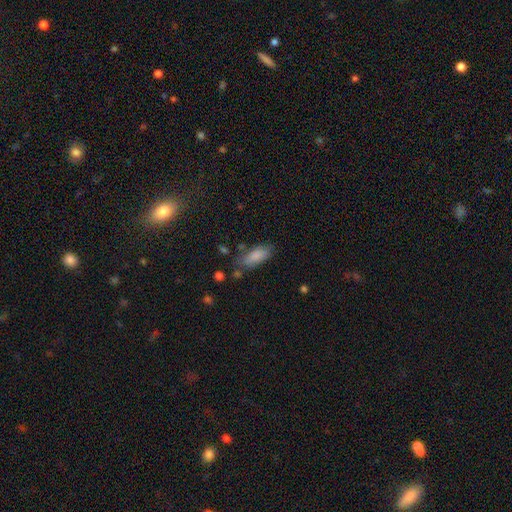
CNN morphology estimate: A smooth galaxy with no disk features (85%) that is in between round and cigar-shaped (80%).

Vote fractions:
- Smooth or featured? smooth: 85% / featured or disk: 8% / star or artifact: 7%
- How rounded? in between: 80% / cigar-shaped: 18% / round: 2%
- Merging? none: 66% / minor disturbance: 21% / major disturbance: 6% / merger: 6%